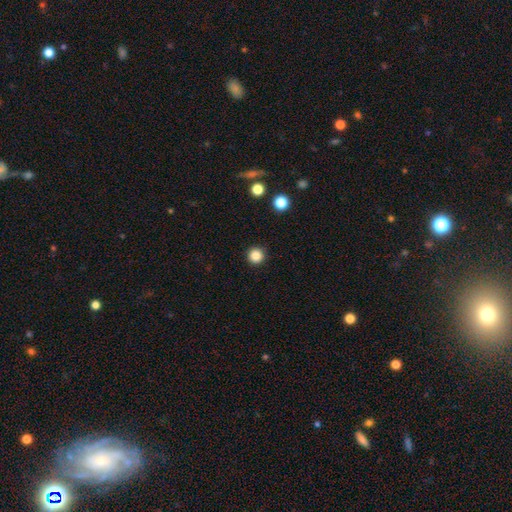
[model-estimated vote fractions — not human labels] Q: Smooth or featured?
A: smooth (85%); runner-up: star or artifact (11%)
Q: How rounded?
A: round (96%); runner-up: in between (3%)
Q: Merging?
A: none (93%); runner-up: minor disturbance (5%)